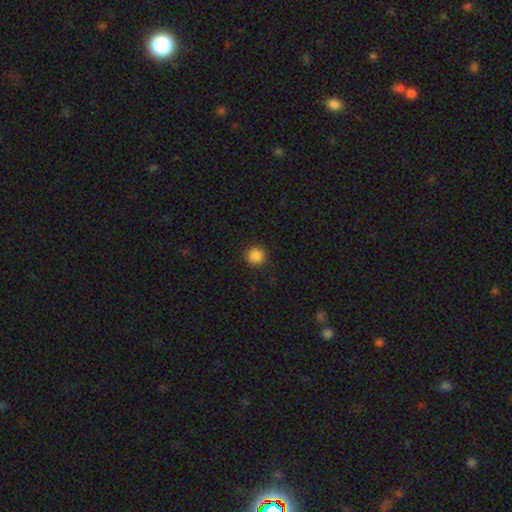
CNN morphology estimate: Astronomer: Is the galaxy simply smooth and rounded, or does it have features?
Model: smooth — 86%.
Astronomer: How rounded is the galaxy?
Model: round — 94%.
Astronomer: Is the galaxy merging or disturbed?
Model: none — 91%.